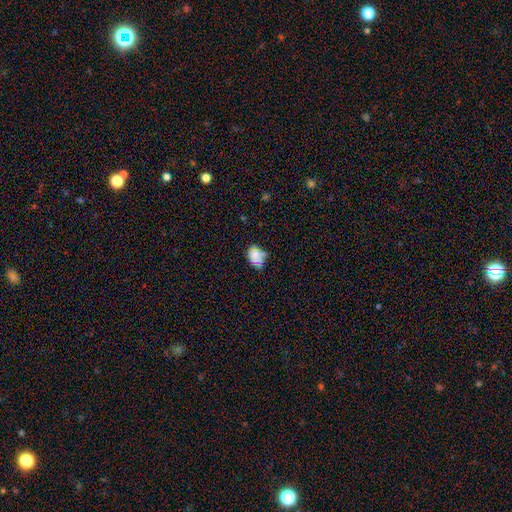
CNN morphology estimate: Overall: smooth (69%). How rounded: in between (72%). Merging: none (52%; minor disturbance 29%).